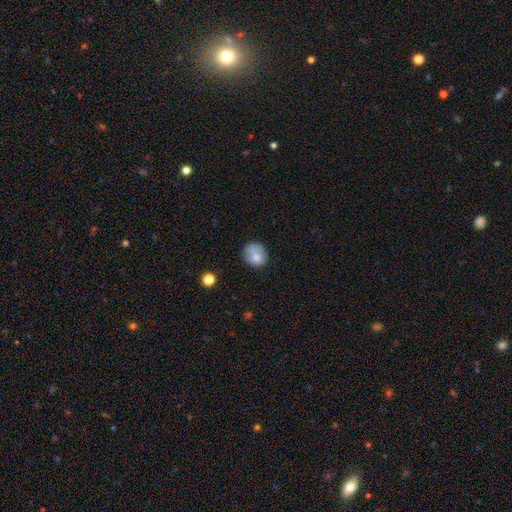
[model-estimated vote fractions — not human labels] Smooth or featured? smooth (76%)
How rounded? round (71%)
Merging? none (62%)